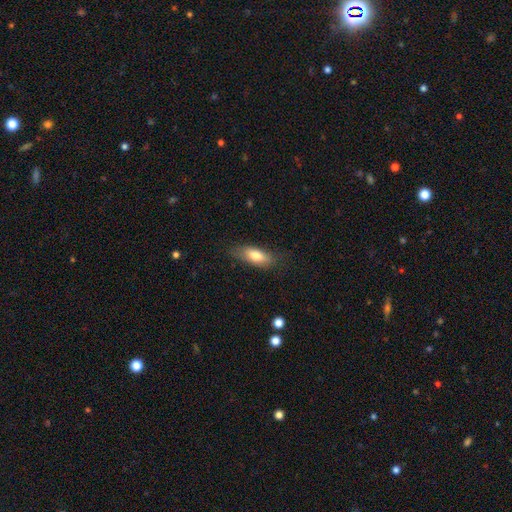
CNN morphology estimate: type=smooth (75%); roundness=in between (74%); merging=none (73%).